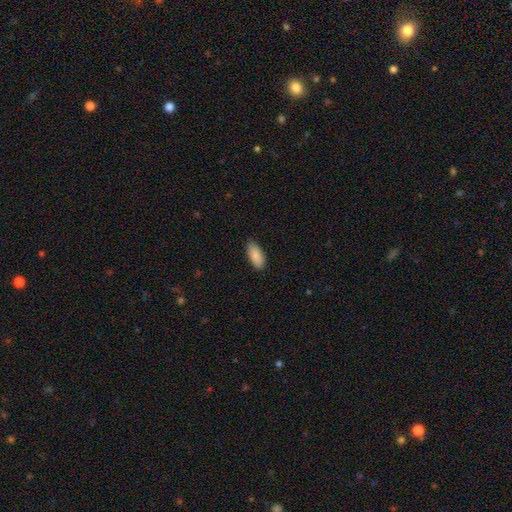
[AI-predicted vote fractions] smooth_or_featured: smooth (p=0.88) [alt: featured or disk p=0.06]
how_rounded: in between (p=0.87) [alt: cigar-shaped p=0.11]
merging: none (p=0.83) [alt: minor disturbance p=0.14]